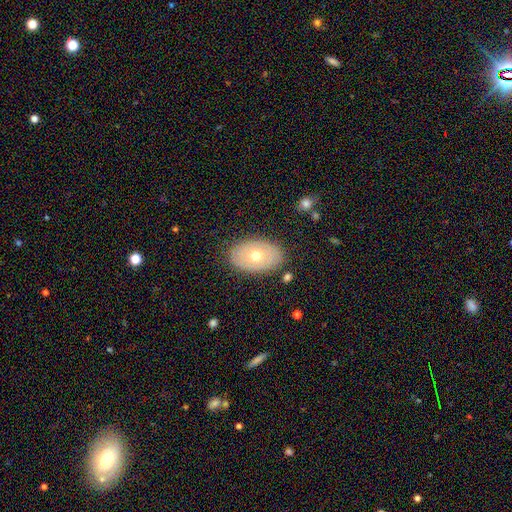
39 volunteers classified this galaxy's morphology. Smooth or featured?
  - smooth: 54% *
  - featured or disk: 44%
  - star or artifact: 3%
How rounded?
  - in between: 81% *
  - round: 19%
  - cigar-shaped: 0%
Merging?
  - none: 87% *
  - major disturbance: 11%
  - minor disturbance: 3%
  - merger: 0%